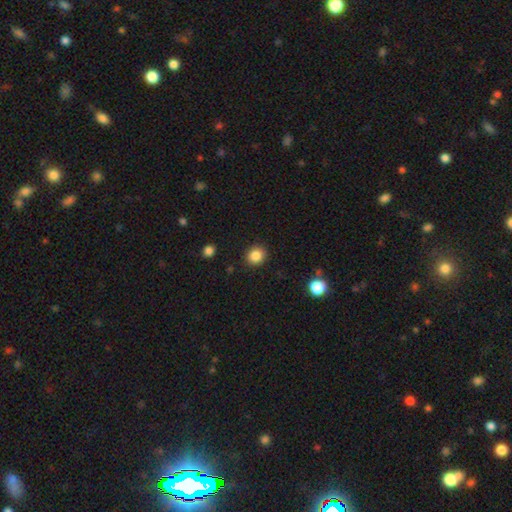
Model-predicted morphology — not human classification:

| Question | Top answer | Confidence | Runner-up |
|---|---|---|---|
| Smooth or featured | smooth | 86% | star or artifact (10%) |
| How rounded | round | 77% | in between (23%) |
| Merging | none | 89% | minor disturbance (7%) |